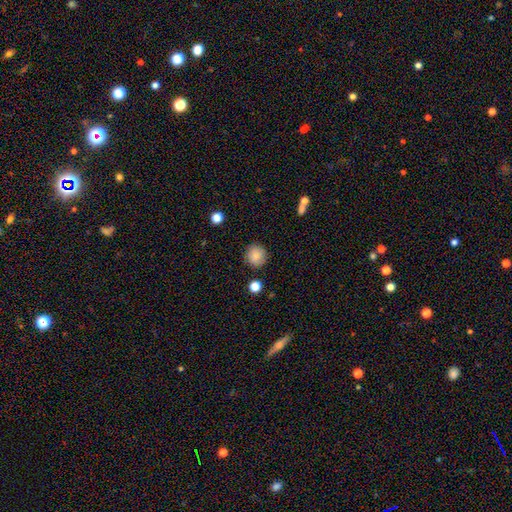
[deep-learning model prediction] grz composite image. It shows a smooth galaxy with no disk features (85%) that is round (92%). Merging: none (88%).